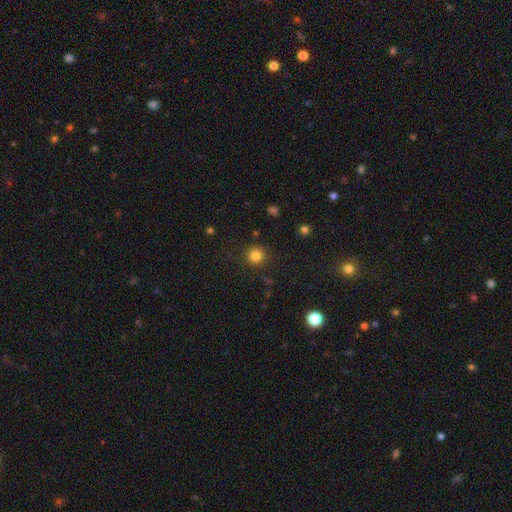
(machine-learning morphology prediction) The model was most divided on "smooth or featured": smooth: 83%, star or artifact: 13%, featured or disk: 5%. More confident: how rounded — round (93%); merging — none (88%).